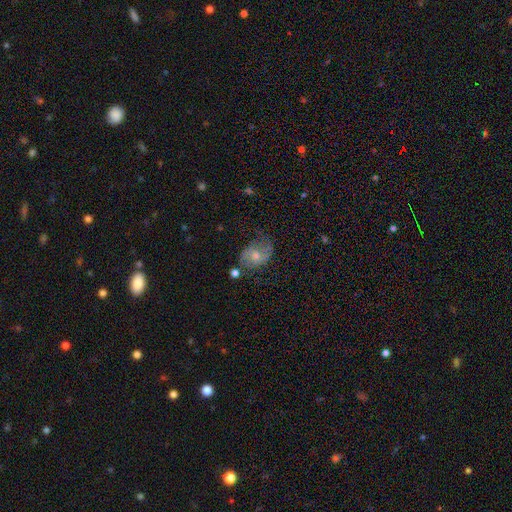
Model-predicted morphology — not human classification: Q: Smooth or featured?
A: featured or disk (71%); runner-up: smooth (18%)
Q: Edge-on disk?
A: no (97%); runner-up: yes (3%)
Q: Bar?
A: no (61%); runner-up: weak (32%)
Q: Spiral arms?
A: yes (89%); runner-up: no (11%)
Q: Spiral winding?
A: medium (44%); runner-up: loose (38%)
Q: Spiral arm count?
A: 2 (82%); runner-up: can't tell (9%)
Q: Bulge size?
A: moderate (56%); runner-up: small (38%)
Q: Merging?
A: none (64%); runner-up: minor disturbance (22%)